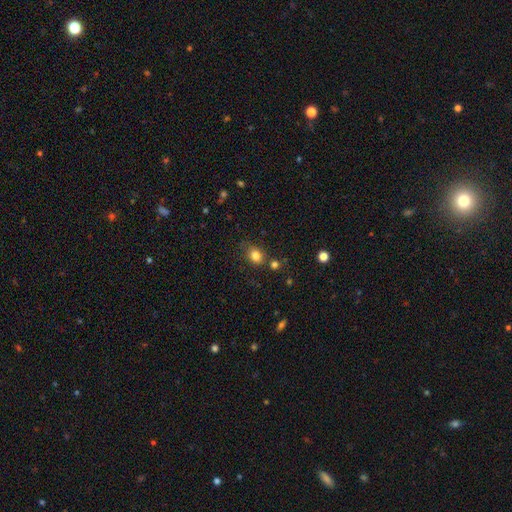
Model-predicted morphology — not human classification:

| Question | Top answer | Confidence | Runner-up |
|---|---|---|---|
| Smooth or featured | smooth | 81% | star or artifact (12%) |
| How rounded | round | 53% | in between (46%) |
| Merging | none | 71% | minor disturbance (16%) |